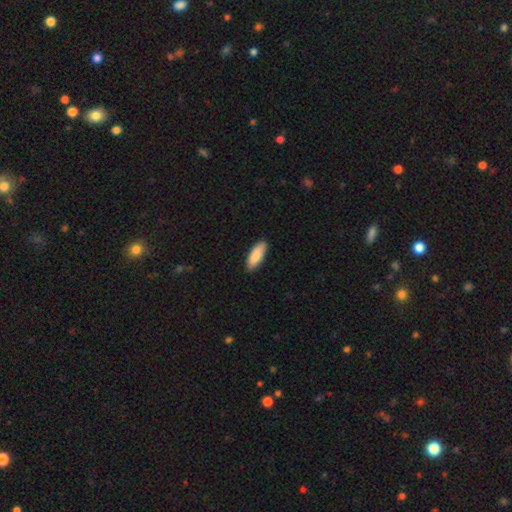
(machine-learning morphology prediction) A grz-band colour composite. It shows a smooth galaxy with no disk features (85%) that is in between round and cigar-shaped (65%). Merging: none (88%).